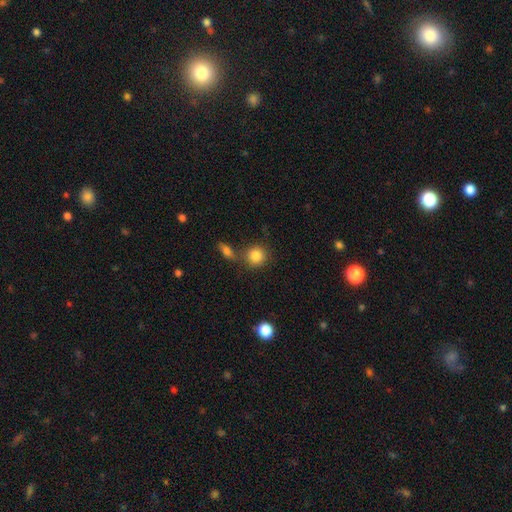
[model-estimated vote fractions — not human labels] smooth-or-featured: smooth: 85% | star or artifact: 9% | featured or disk: 6%
  how-rounded: round: 87% | in between: 12% | cigar-shaped: 1%
  merging: none: 65% | merger: 20% | minor disturbance: 10% | major disturbance: 4%